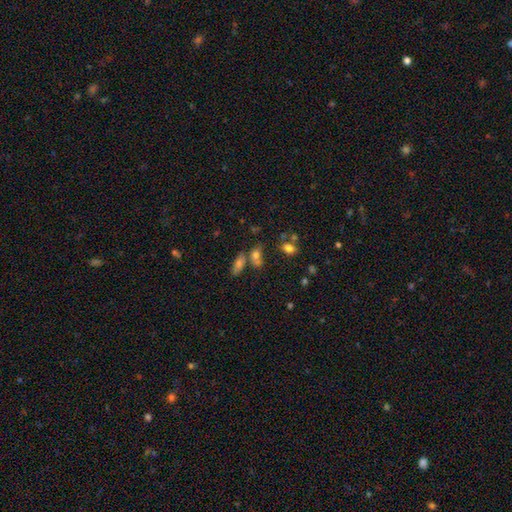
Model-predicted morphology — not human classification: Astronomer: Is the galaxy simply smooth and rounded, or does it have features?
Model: smooth — 72%.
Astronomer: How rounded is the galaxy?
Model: in between — 74%.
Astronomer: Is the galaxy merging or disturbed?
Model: none — 47% (runner-up: merger, 33%).